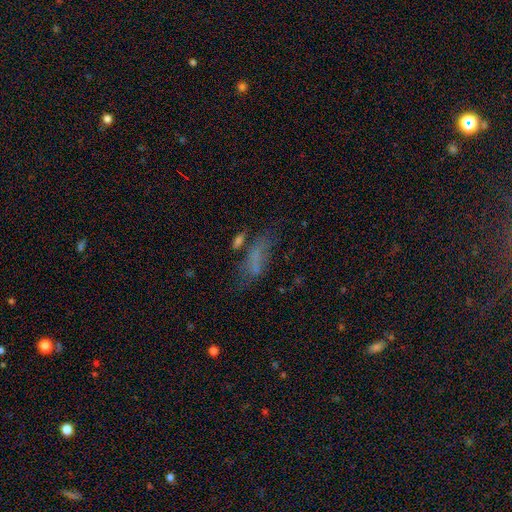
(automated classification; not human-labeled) Smooth or featured? Predicted: smooth (p=0.55). How rounded? Predicted: in between (p=0.60). Merging? Predicted: none (p=0.41).